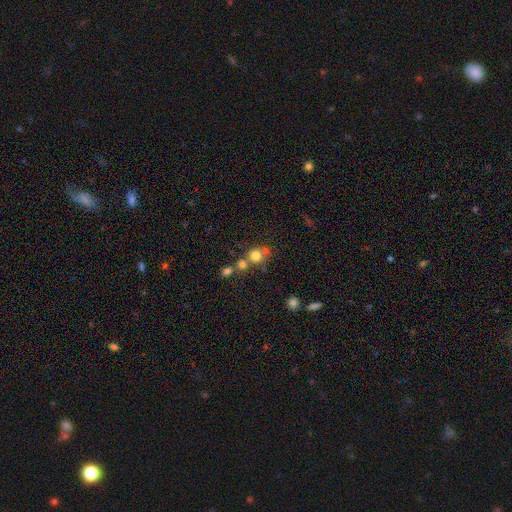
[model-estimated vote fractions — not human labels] Q: Smooth or featured?
A: smooth (75%); runner-up: star or artifact (15%)
Q: How rounded?
A: round (86%); runner-up: in between (13%)
Q: Merging?
A: none (51%); runner-up: merger (35%)